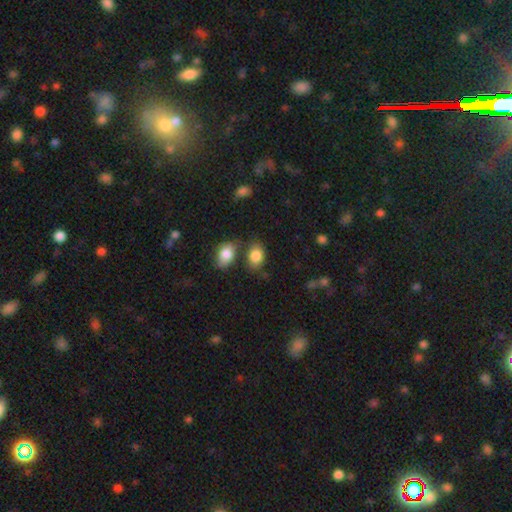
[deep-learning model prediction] This is clearly a smooth galaxy (85%). How rounded: clearly in between (81%). Merging: likely none (60%).